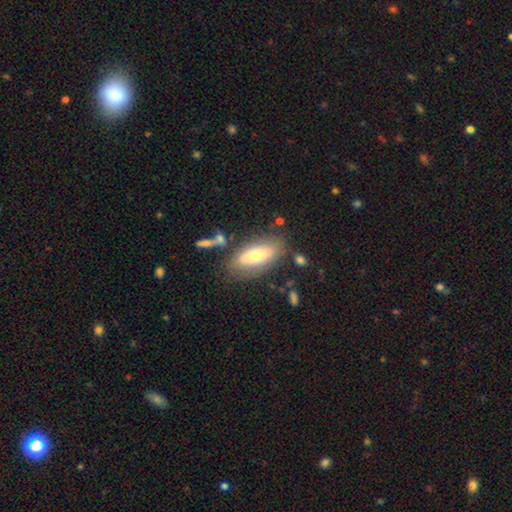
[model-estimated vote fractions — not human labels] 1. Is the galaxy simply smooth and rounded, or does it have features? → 60% smooth, 32% featured or disk, 7% star or artifact.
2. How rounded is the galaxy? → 85% in between, 12% cigar-shaped, 3% round.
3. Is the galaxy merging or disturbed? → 71% none, 17% minor disturbance, 6% merger, 6% major disturbance.